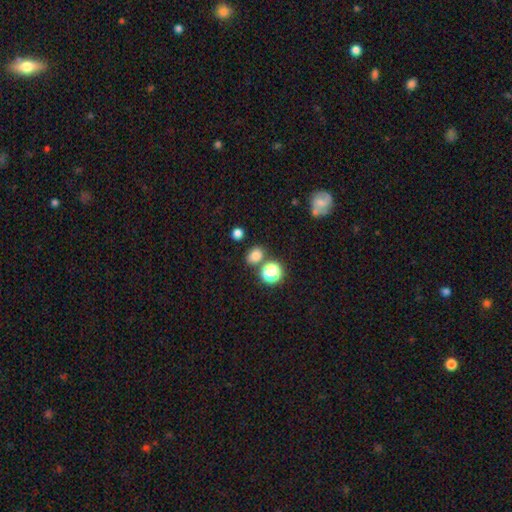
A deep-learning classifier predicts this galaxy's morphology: Q: Smooth or featured?
A: smooth (77%); runner-up: star or artifact (18%)
Q: How rounded?
A: round (54%); runner-up: in between (45%)
Q: Merging?
A: none (76%); runner-up: merger (11%)